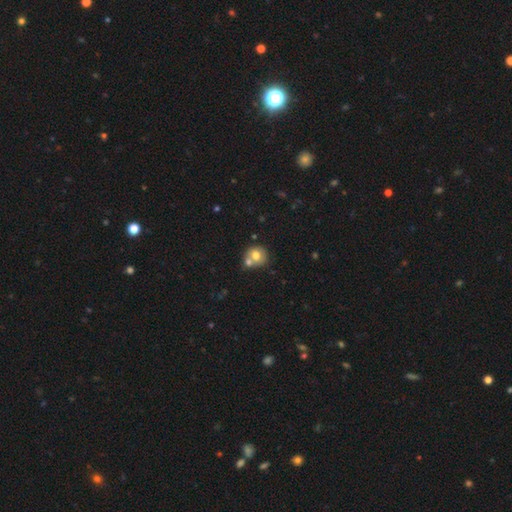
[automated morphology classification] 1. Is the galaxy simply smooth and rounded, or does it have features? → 69% smooth, 22% featured or disk, 9% star or artifact.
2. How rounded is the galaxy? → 77% round, 22% in between, 1% cigar-shaped.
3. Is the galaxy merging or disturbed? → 47% merger, 40% none, 10% minor disturbance, 3% major disturbance.